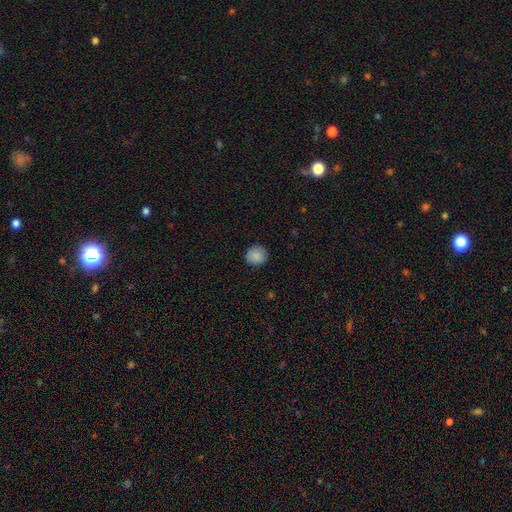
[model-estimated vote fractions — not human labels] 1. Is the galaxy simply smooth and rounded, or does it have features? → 88% smooth, 8% star or artifact, 4% featured or disk.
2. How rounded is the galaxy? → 88% round, 11% in between, 1% cigar-shaped.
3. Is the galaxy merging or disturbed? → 88% none, 9% minor disturbance, 2% major disturbance, 1% merger.